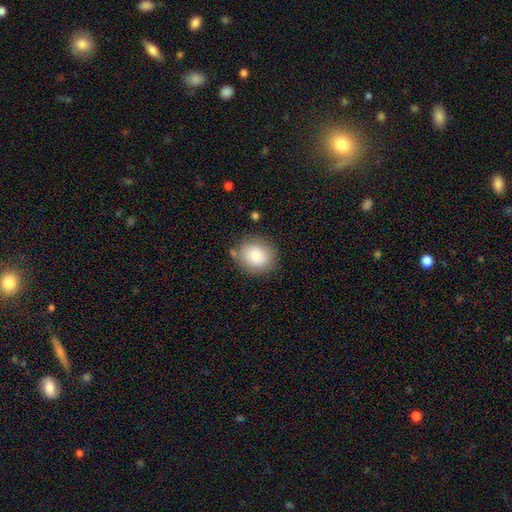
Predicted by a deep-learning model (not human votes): smooth 79%, featured or disk 13%, star or artifact 8%. Down the decision tree: how rounded — round (80%); merging — none (78%).